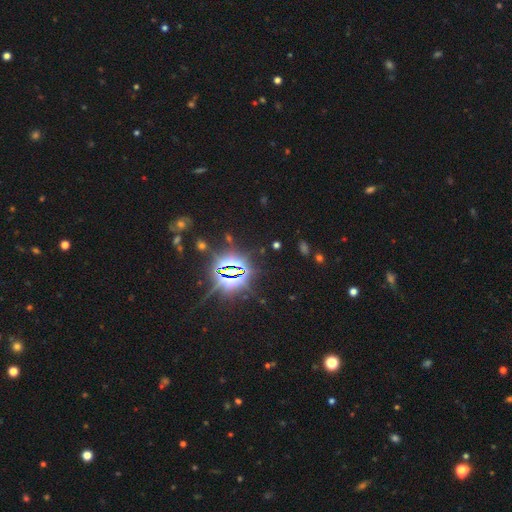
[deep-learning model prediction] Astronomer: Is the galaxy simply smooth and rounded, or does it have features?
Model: star or artifact — 85%.